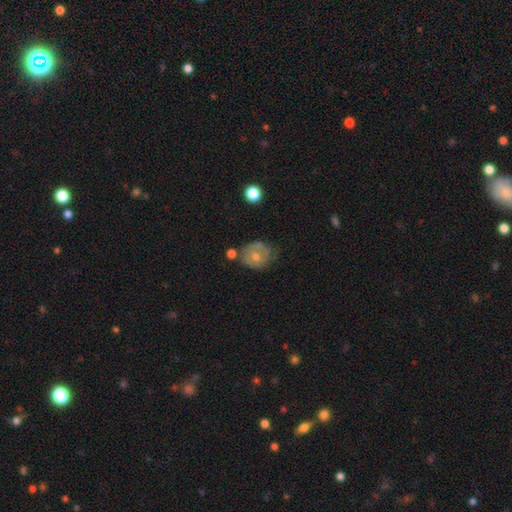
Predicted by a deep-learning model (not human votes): Smooth or featured? Predicted: featured or disk (p=0.49). Merging? Predicted: none (p=0.54).